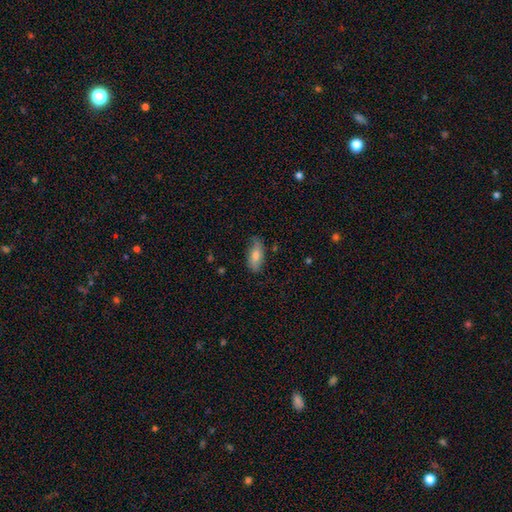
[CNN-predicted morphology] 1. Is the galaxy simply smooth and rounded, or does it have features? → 74% smooth, 20% featured or disk, 6% star or artifact.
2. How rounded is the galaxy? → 86% in between, 11% cigar-shaped, 3% round.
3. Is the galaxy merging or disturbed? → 74% none, 21% minor disturbance, 4% major disturbance, 1% merger.